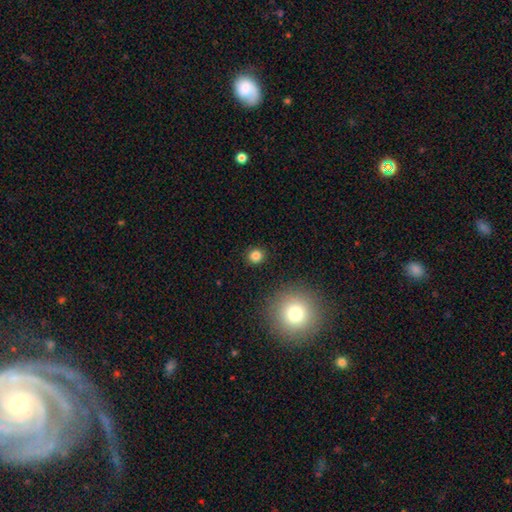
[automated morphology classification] type=smooth (83%); roundness=round (89%); merging=none (90%).